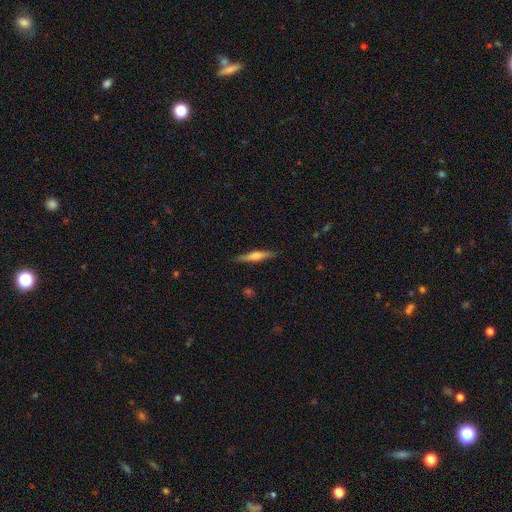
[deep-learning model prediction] A featured or disk galaxy (54%) viewed edge-on (97%) with a rounded central bulge (79%).

Vote fractions:
- Smooth or featured? featured or disk: 54% / smooth: 40% / star or artifact: 6%
- Edge-on disk? yes: 97% / no: 3%
- Edge-on bulge? rounded: 79% / boxy: 12% / none: 9%
- Merging? none: 89% / minor disturbance: 8% / major disturbance: 2% / merger: 1%